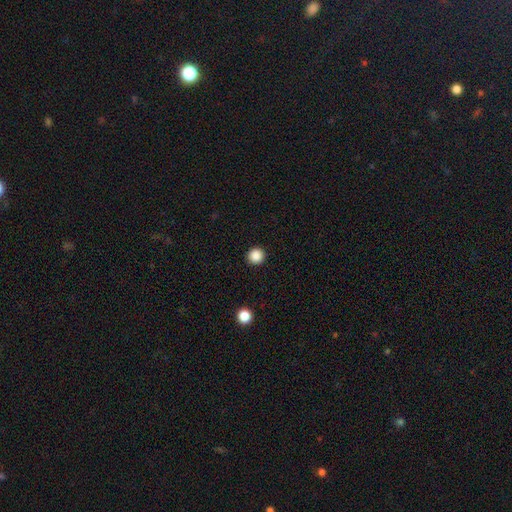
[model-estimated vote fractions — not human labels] smooth 87%, star or artifact 10%, featured or disk 3%. Down the decision tree: how rounded — round (95%); merging — none (93%).